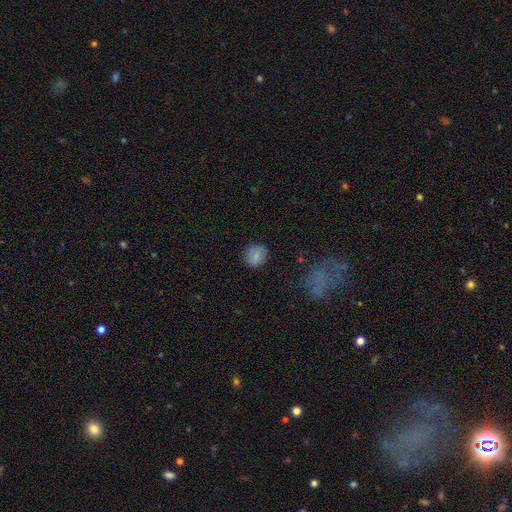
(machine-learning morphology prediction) A smooth galaxy with no disk features (82%) that is round (82%). Merging: none (85%).